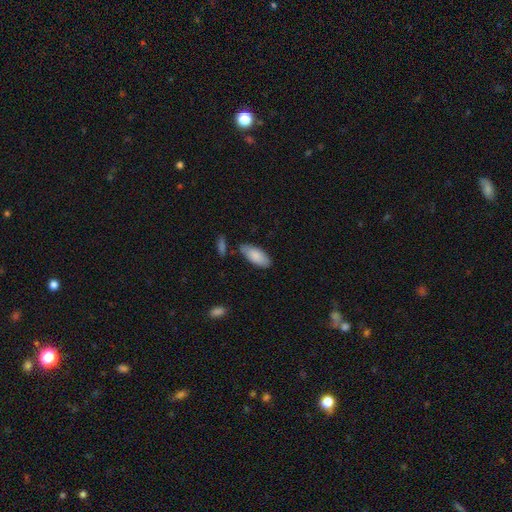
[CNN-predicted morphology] The model was most divided on "merging": none: 72%, minor disturbance: 18%, merger: 6%, major disturbance: 4%. More confident: how rounded — in between (87%); smooth or featured — smooth (85%).